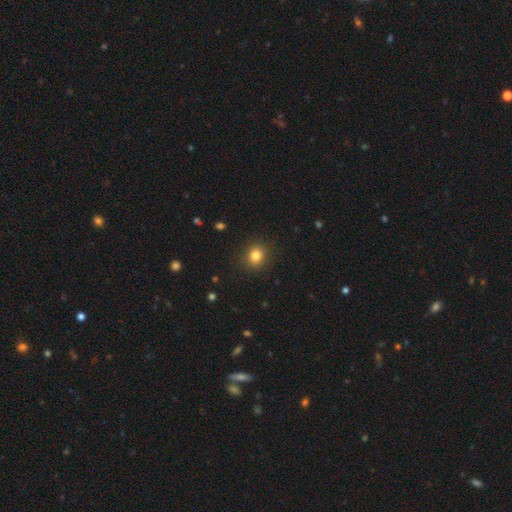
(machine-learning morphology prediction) Smooth or featured: smooth — 81% (star or artifact — 12%)
How rounded: round — 77% (in between — 22%)
Merging: none — 89% (minor disturbance — 7%)